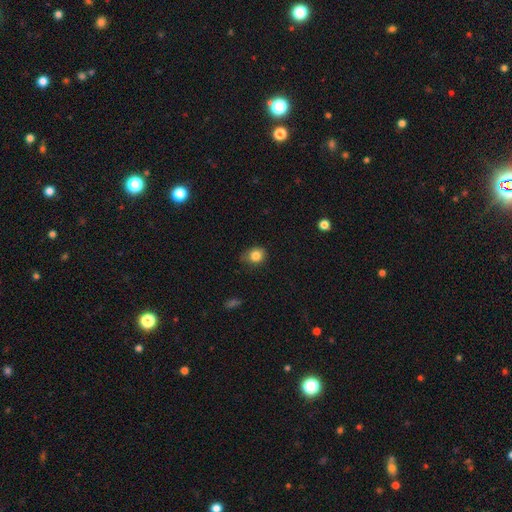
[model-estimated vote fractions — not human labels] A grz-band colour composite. It shows a smooth galaxy with no disk features (83%) that is round (68%). Merging: none (68%).